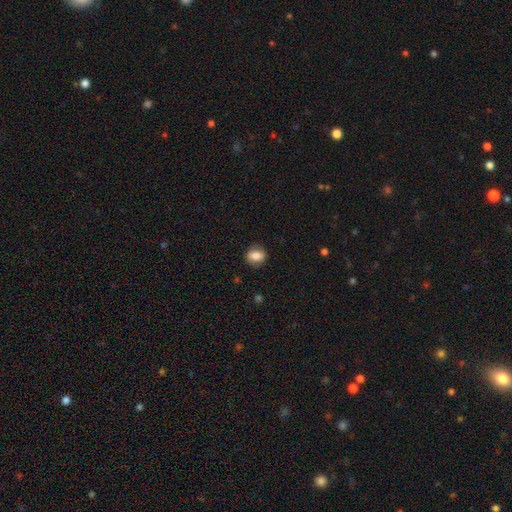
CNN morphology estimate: This appears to be a smooth galaxy with no disk features (76%) that is round (57%). Merging: none (86%).